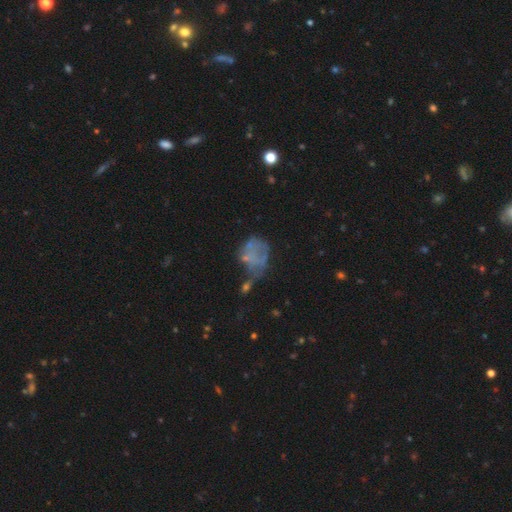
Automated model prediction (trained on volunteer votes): Morphology: type=featured or disk (39%); merging=none (33%).